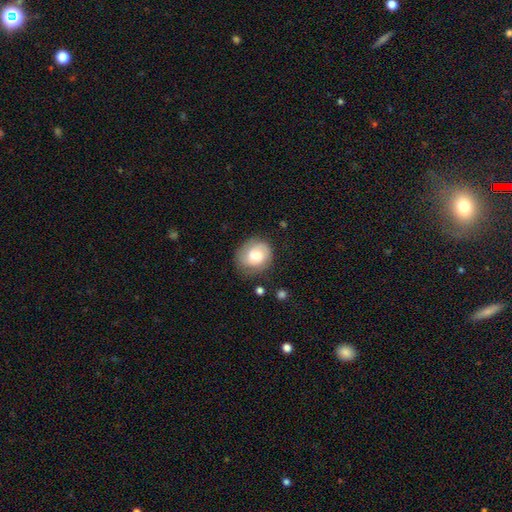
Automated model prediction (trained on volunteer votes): A smooth galaxy with no disk features (55%) that is round (71%).

Vote fractions:
- Smooth or featured? smooth: 55% / featured or disk: 37% / star or artifact: 7%
- How rounded? round: 71% / in between: 28% / cigar-shaped: 1%
- Merging? none: 71% / minor disturbance: 20% / major disturbance: 8% / merger: 2%